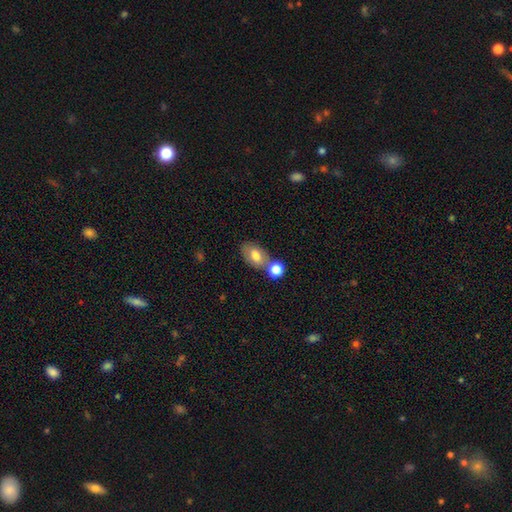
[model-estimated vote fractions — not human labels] This appears to be a smooth galaxy with no disk features (73%) that is in between round and cigar-shaped (86%). Merging: none (51%).